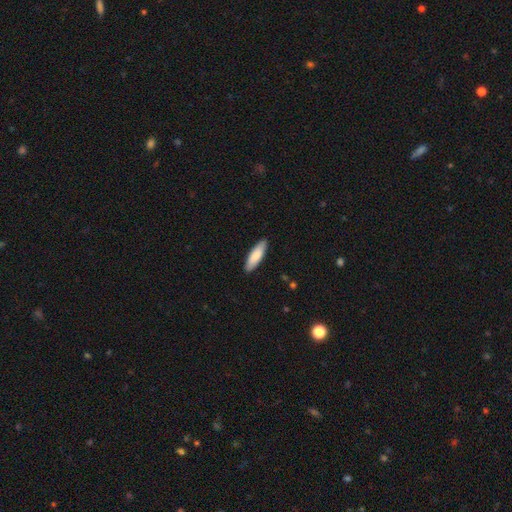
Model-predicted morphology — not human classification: The model was most divided on "how rounded": cigar-shaped: 50%, in between: 48%, round: 1%. More confident: merging — none (89%); smooth or featured — smooth (84%).